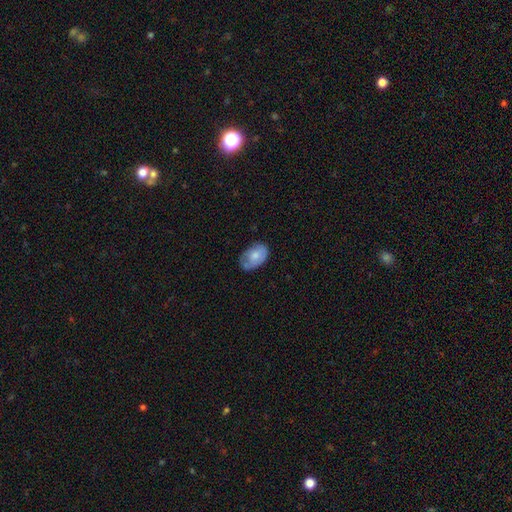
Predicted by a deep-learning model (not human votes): A smooth galaxy with no disk features (63%) that is in between round and cigar-shaped (87%). Merging: none (53%).